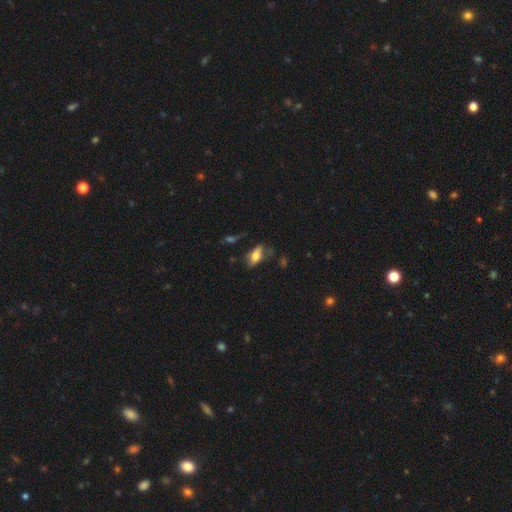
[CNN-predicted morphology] Smooth or featured?
  - smooth: 66% *
  - featured or disk: 25%
  - star or artifact: 9%
How rounded?
  - in between: 82% *
  - cigar-shaped: 14%
  - round: 4%
Merging?
  - none: 59% *
  - minor disturbance: 25%
  - major disturbance: 11%
  - merger: 6%